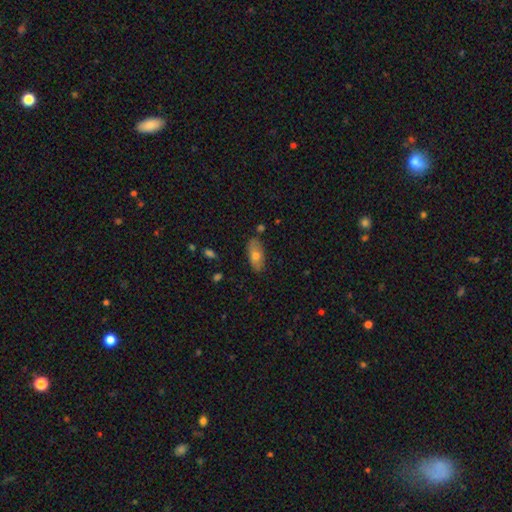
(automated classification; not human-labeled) Smooth or featured? smooth (70%)
How rounded? in between (88%)
Merging? none (79%)